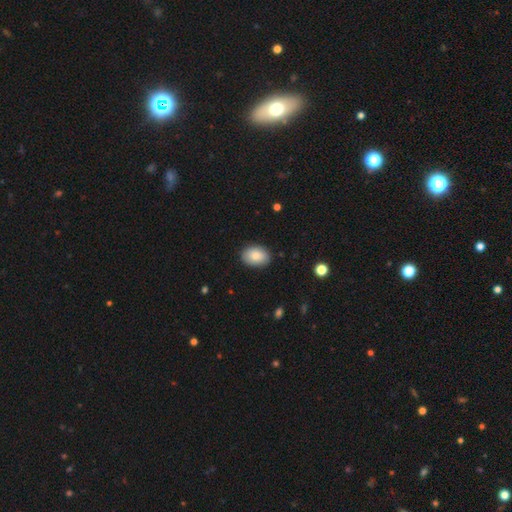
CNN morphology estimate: Overall: smooth (83%). How rounded: in between (81%). Merging: none (87%).